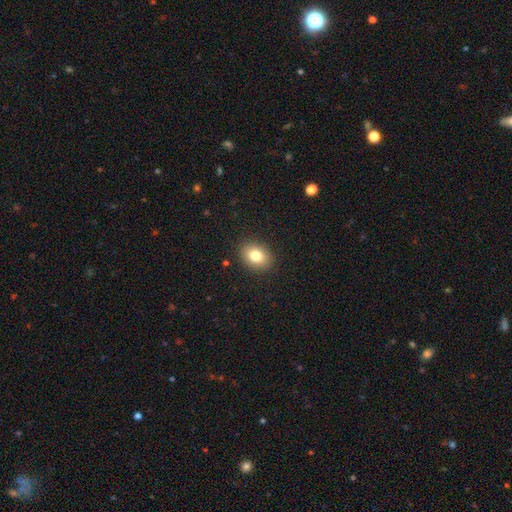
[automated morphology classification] Q: Smooth or featured?
A: smooth (80%); runner-up: featured or disk (10%)
Q: How rounded?
A: in between (62%); runner-up: round (37%)
Q: Merging?
A: none (89%); runner-up: minor disturbance (8%)